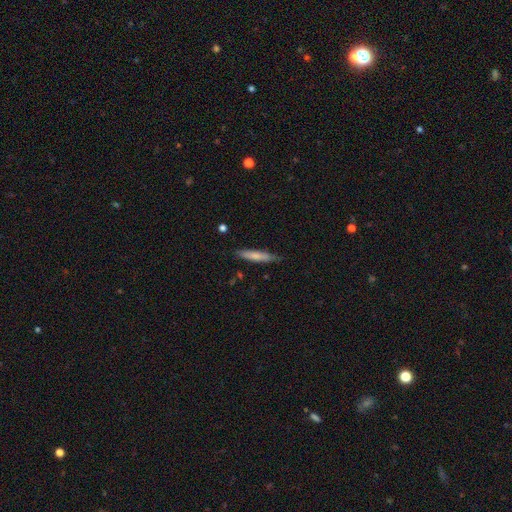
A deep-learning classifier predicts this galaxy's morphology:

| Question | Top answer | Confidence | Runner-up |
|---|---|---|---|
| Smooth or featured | smooth | 71% | featured or disk (23%) |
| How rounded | cigar-shaped | 88% | in between (11%) |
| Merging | none | 79% | minor disturbance (16%) |